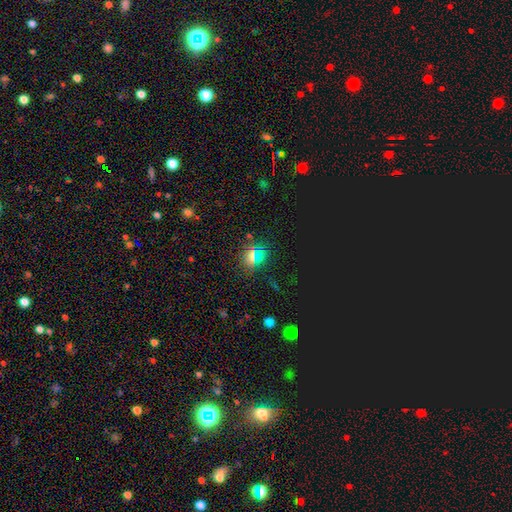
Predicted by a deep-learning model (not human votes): Smooth or featured?
  - smooth: 53% *
  - star or artifact: 39%
  - featured or disk: 8%
How rounded?
  - round: 61% *
  - in between: 35%
  - cigar-shaped: 4%
Merging?
  - none: 83% *
  - minor disturbance: 10%
  - major disturbance: 4%
  - merger: 3%